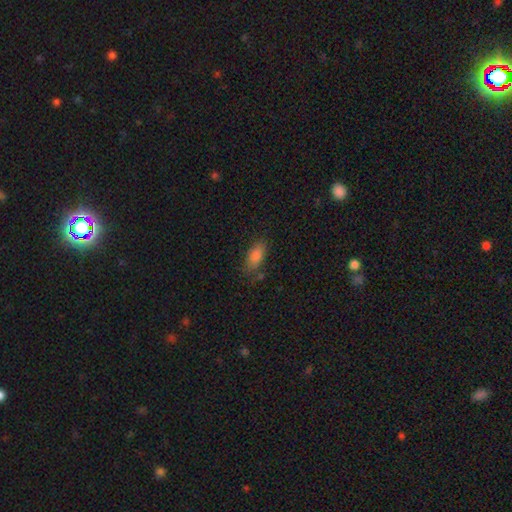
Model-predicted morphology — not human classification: Smooth or featured: smooth — 82% (star or artifact — 10%)
How rounded: in between — 82% (cigar-shaped — 15%)
Merging: none — 74% (minor disturbance — 18%)